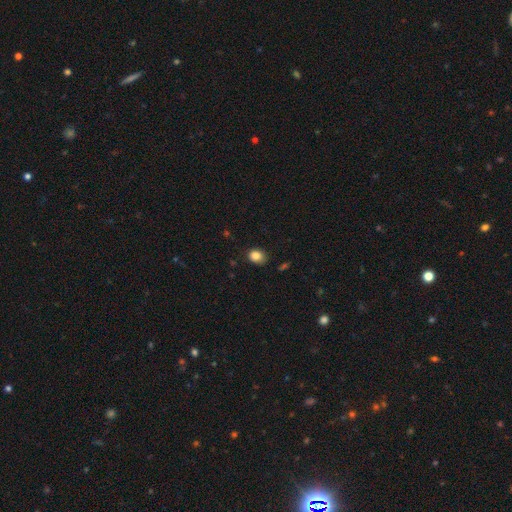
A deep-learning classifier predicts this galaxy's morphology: This is clearly a smooth galaxy (85%). How rounded: possibly round (53%). Merging: likely none (78%).